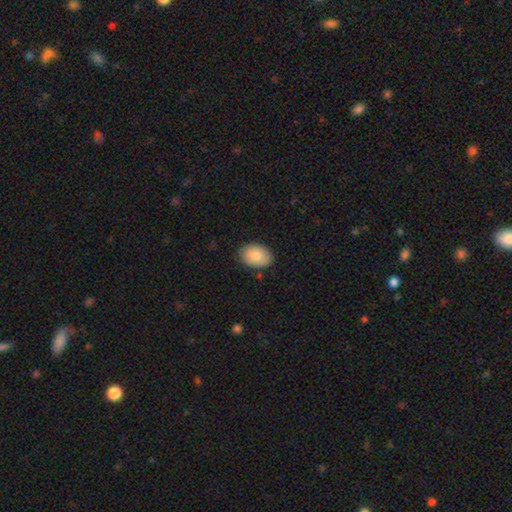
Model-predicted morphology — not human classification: A smooth galaxy with no disk features (86%) that is in between round and cigar-shaped (86%).

Vote fractions:
- Smooth or featured? smooth: 86% / featured or disk: 8% / star or artifact: 6%
- How rounded? in between: 86% / round: 13% / cigar-shaped: 1%
- Merging? none: 84% / minor disturbance: 12% / major disturbance: 2% / merger: 1%